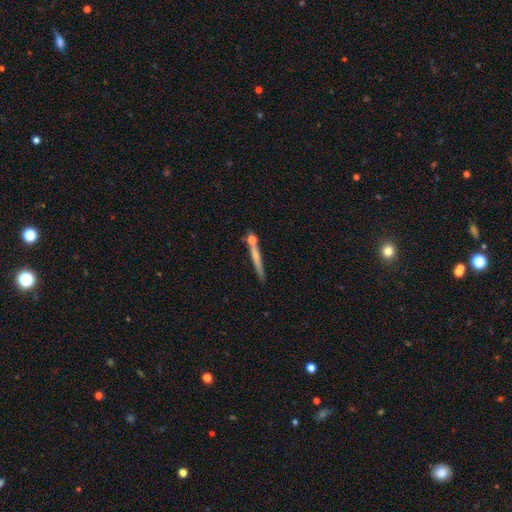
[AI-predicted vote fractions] Q: Smooth or featured?
A: smooth (55%); runner-up: featured or disk (37%)
Q: How rounded?
A: cigar-shaped (92%); runner-up: in between (5%)
Q: Merging?
A: none (69%); runner-up: merger (14%)